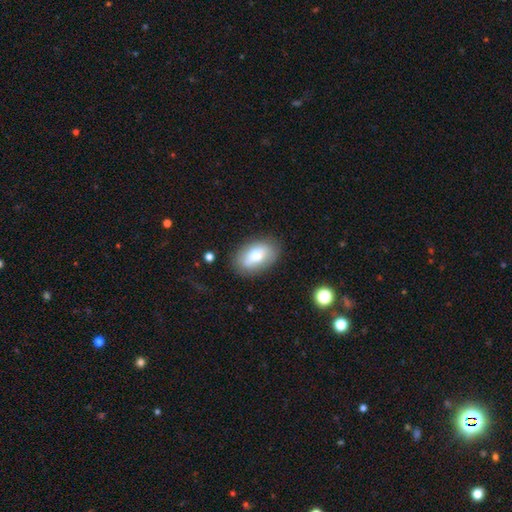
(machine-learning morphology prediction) This is likely a smooth galaxy (68%). How rounded: clearly in between (90%). Merging: clearly none (81%).